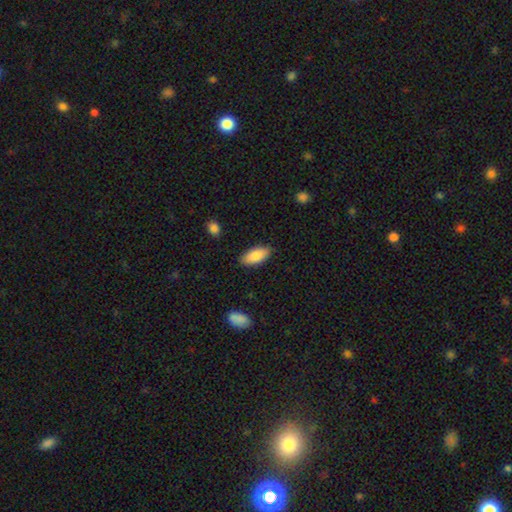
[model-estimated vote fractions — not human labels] This is clearly a smooth galaxy (87%). How rounded: clearly in between (87%). Merging: clearly none (86%).